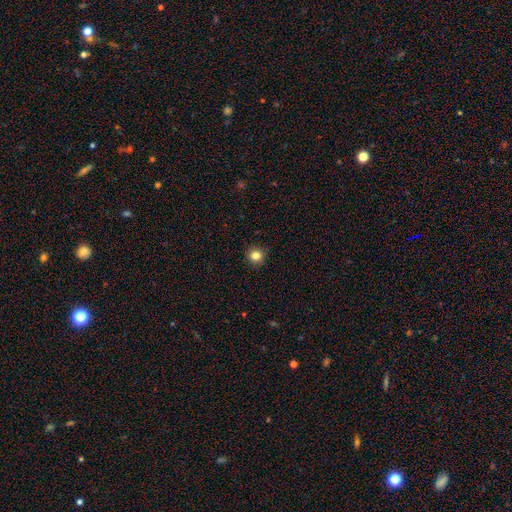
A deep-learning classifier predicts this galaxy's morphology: Smooth or featured? smooth (83%)
How rounded? round (94%)
Merging? none (92%)